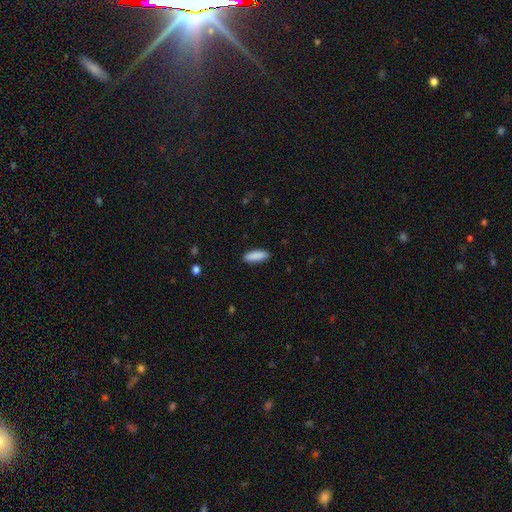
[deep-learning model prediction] Morphology: type=smooth (90%); roundness=in between (60%); merging=none (89%).